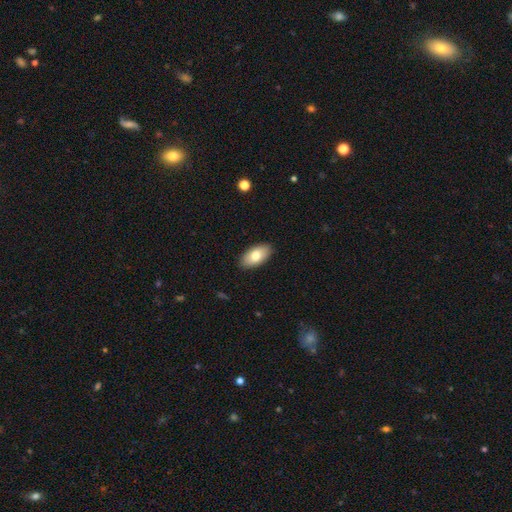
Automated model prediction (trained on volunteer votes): This is likely a smooth galaxy (78%). How rounded: clearly in between (94%). Merging: clearly none (89%).